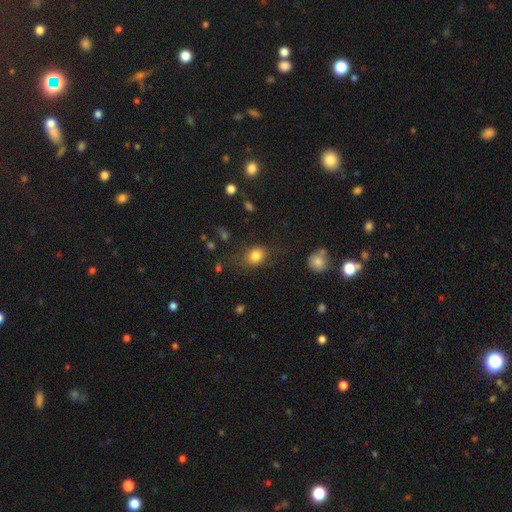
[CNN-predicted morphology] smooth 82%, star or artifact 11%, featured or disk 7%. Down the decision tree: how rounded — in between (52%); merging — none (70%).